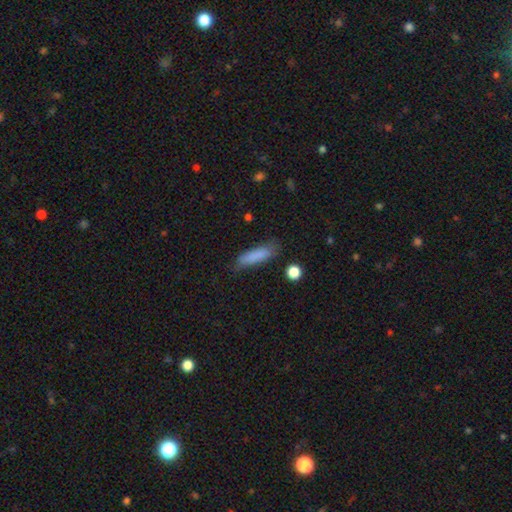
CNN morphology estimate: type=smooth (83%); roundness=cigar-shaped (66%); merging=none (71%).